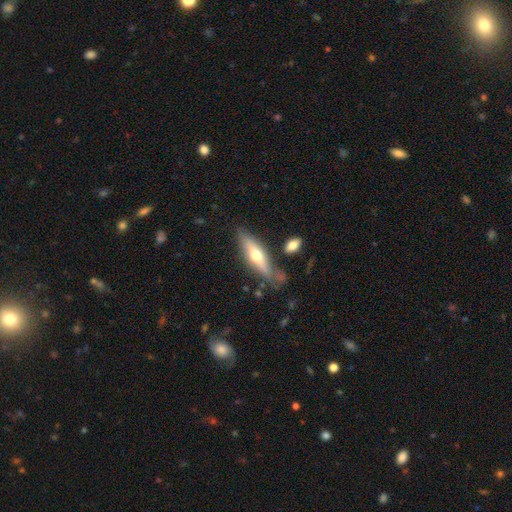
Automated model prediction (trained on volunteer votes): Q: Smooth or featured?
A: featured or disk (48%); runner-up: smooth (45%)
Q: Merging?
A: none (67%); runner-up: minor disturbance (19%)